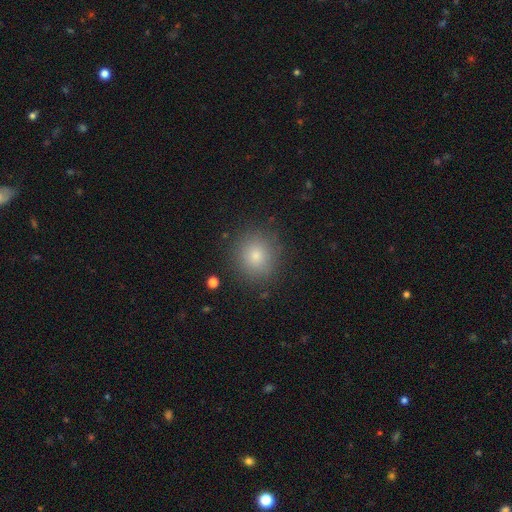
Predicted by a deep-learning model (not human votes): Smooth or featured? smooth (79%)
How rounded? round (87%)
Merging? none (89%)